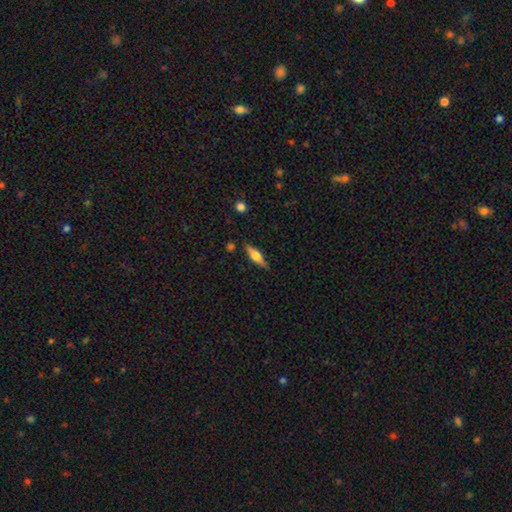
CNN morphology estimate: A featured or disk galaxy (53%) viewed edge-on (95%) with a rounded central bulge (90%).

Vote fractions:
- Smooth or featured? featured or disk: 53% / smooth: 40% / star or artifact: 6%
- Edge-on disk? yes: 95% / no: 5%
- Edge-on bulge? rounded: 90% / boxy: 8% / none: 3%
- Merging? none: 85% / minor disturbance: 11% / major disturbance: 2% / merger: 2%